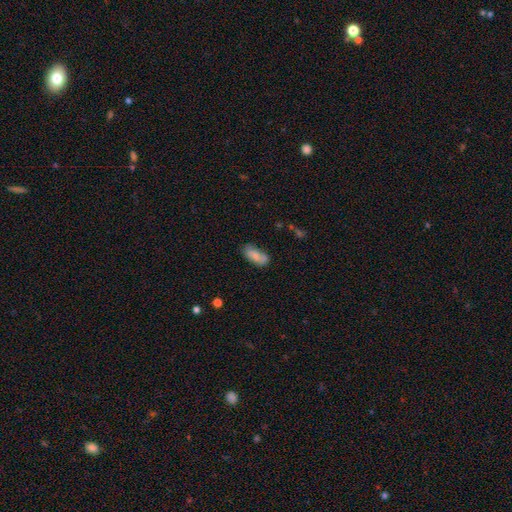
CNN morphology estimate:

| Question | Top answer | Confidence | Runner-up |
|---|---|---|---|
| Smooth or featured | smooth | 76% | featured or disk (17%) |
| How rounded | in between | 87% | cigar-shaped (10%) |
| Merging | none | 62% | minor disturbance (23%) |